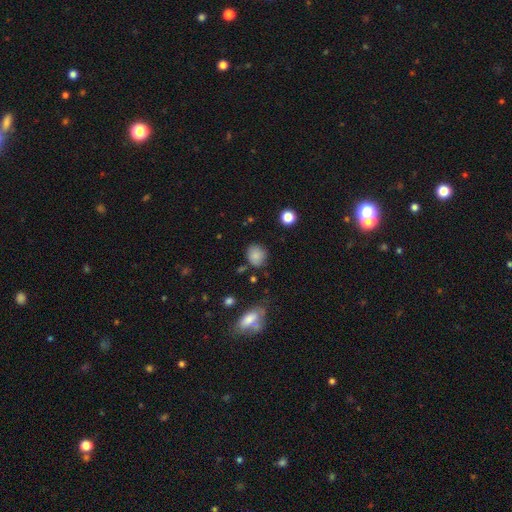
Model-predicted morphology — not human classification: This is clearly a smooth galaxy (83%). How rounded: likely round (68%). Merging: likely none (74%).